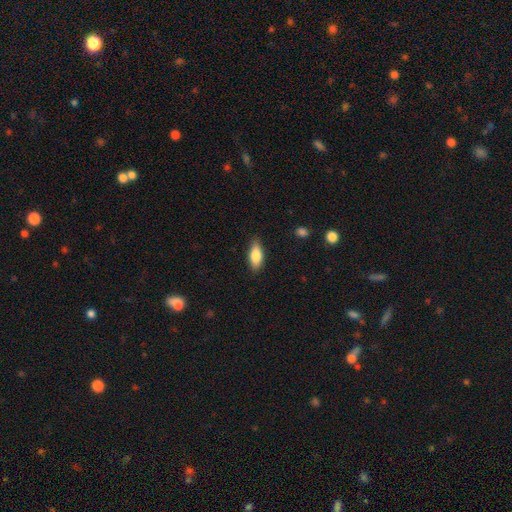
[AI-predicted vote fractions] Smooth or featured? smooth (81%)
How rounded? in between (79%)
Merging? none (84%)